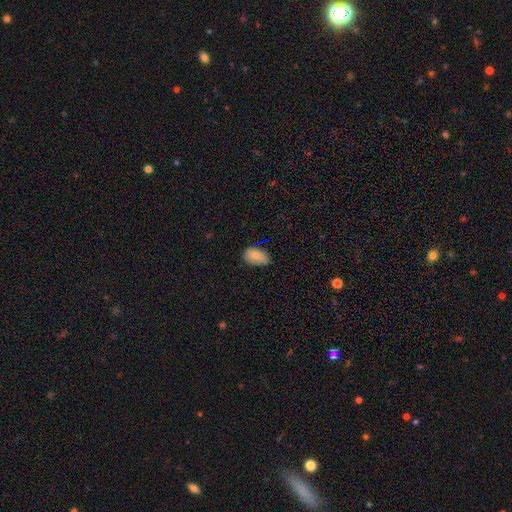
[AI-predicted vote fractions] This appears to be a smooth galaxy with no disk features (84%) that is in between round and cigar-shaped (92%). Merging: none (68%).